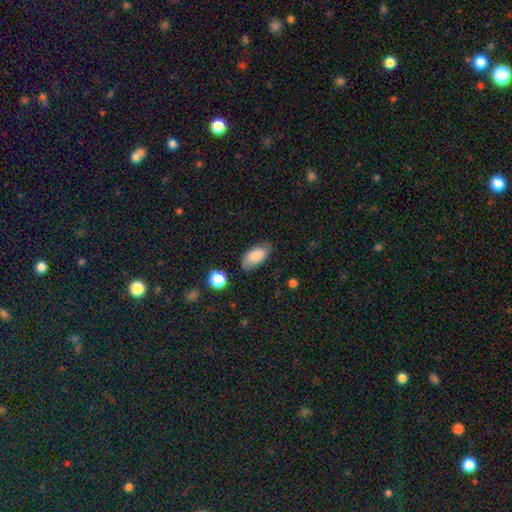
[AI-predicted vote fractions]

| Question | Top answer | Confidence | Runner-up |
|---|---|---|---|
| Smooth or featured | smooth | 83% | featured or disk (10%) |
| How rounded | in between | 92% | cigar-shaped (5%) |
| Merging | none | 77% | minor disturbance (17%) |